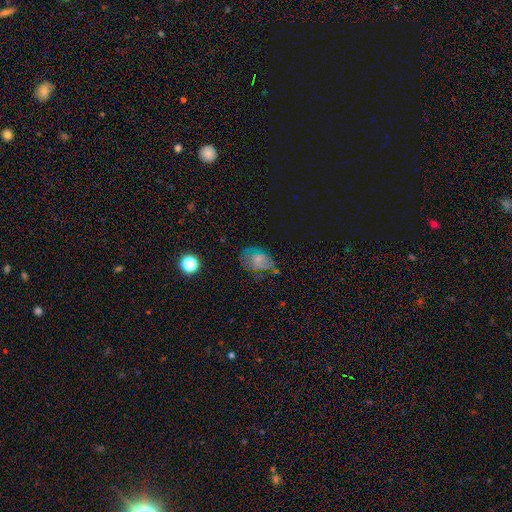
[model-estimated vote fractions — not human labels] This is possibly a smooth galaxy (50%). Merging: possibly none (50%).